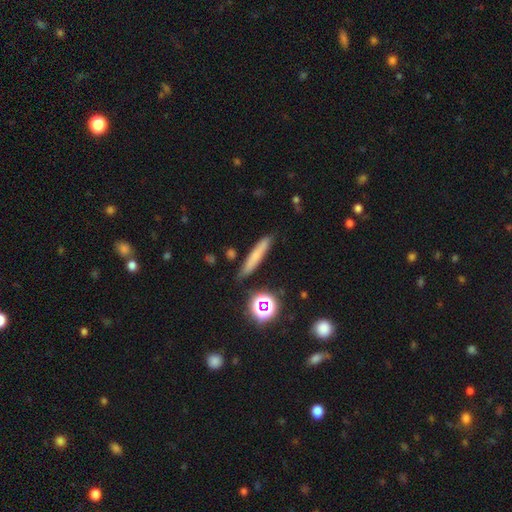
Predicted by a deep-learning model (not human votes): A smooth galaxy with no disk features (63%) that is cigar-shaped (89%). Merging: none (84%).